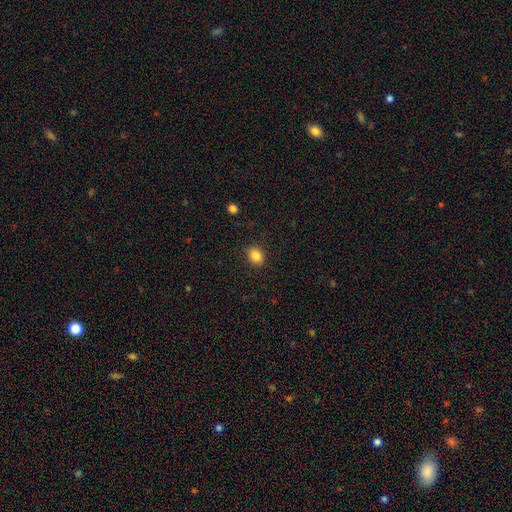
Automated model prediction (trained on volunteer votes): Smooth or featured? Predicted: smooth (p=0.85). How rounded? Predicted: in between (p=0.52). Merging? Predicted: none (p=0.88).